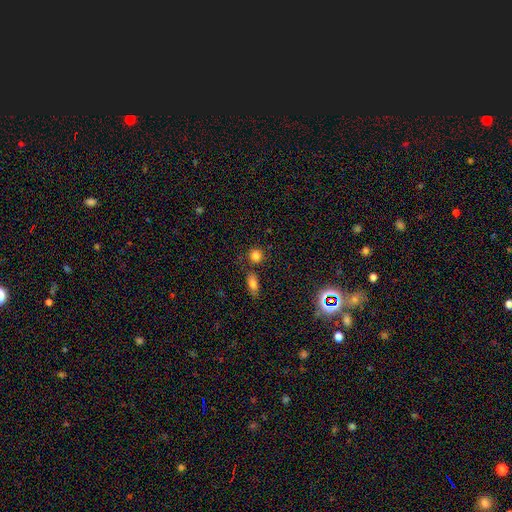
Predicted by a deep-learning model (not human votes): Q: Smooth or featured?
A: smooth (82%); runner-up: star or artifact (12%)
Q: How rounded?
A: round (81%); runner-up: in between (17%)
Q: Merging?
A: none (73%); runner-up: merger (13%)